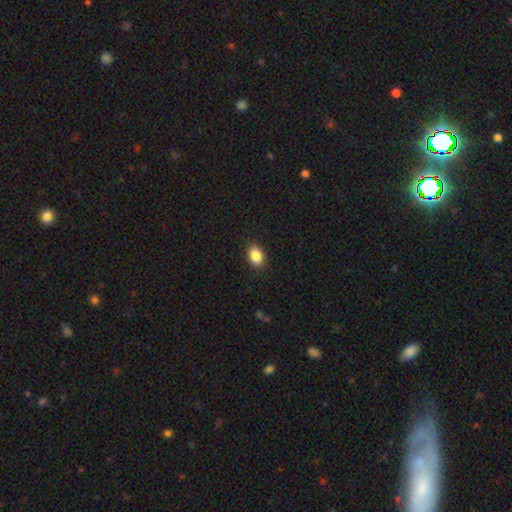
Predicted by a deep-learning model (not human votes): Overall: smooth (87%). How rounded: in between (81%). Merging: none (89%).